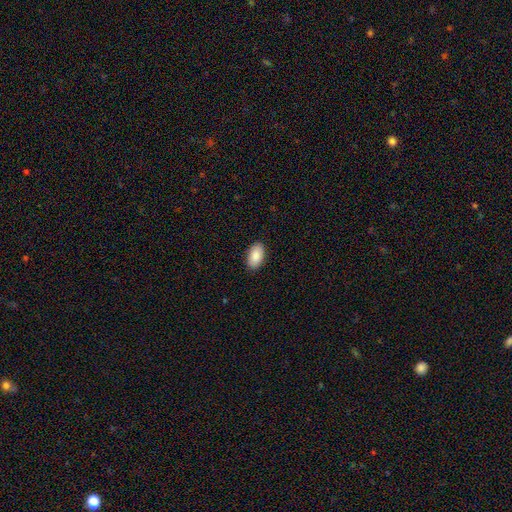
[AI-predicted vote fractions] This appears to be a smooth galaxy with no disk features (89%) that is in between round and cigar-shaped (95%). Merging: none (89%).